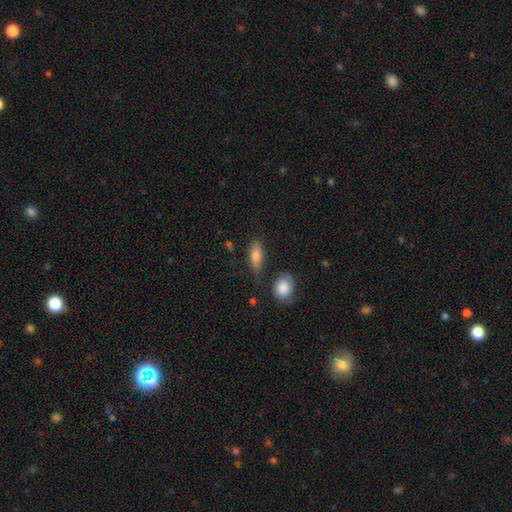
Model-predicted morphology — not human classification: A smooth galaxy with no disk features (75%) that is in between round and cigar-shaped (73%).

Vote fractions:
- Smooth or featured? smooth: 75% / featured or disk: 17% / star or artifact: 8%
- How rounded? in between: 73% / cigar-shaped: 22% / round: 5%
- Merging? none: 69% / minor disturbance: 19% / merger: 6% / major disturbance: 6%